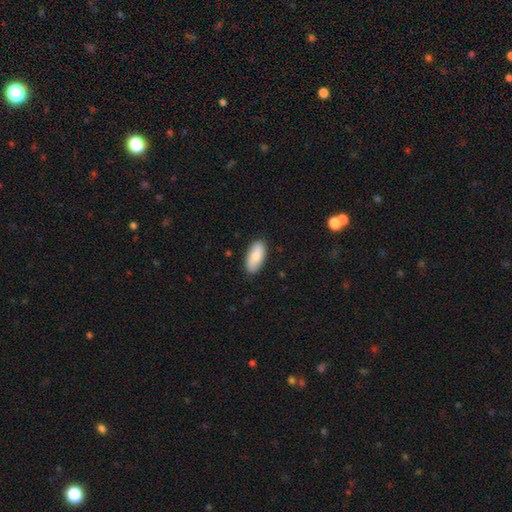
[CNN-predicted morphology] A smooth galaxy with no disk features (84%) that is in between round and cigar-shaped (89%).

Vote fractions:
- Smooth or featured? smooth: 84% / featured or disk: 11% / star or artifact: 6%
- How rounded? in between: 89% / cigar-shaped: 9% / round: 2%
- Merging? none: 87% / minor disturbance: 10% / major disturbance: 2% / merger: 1%